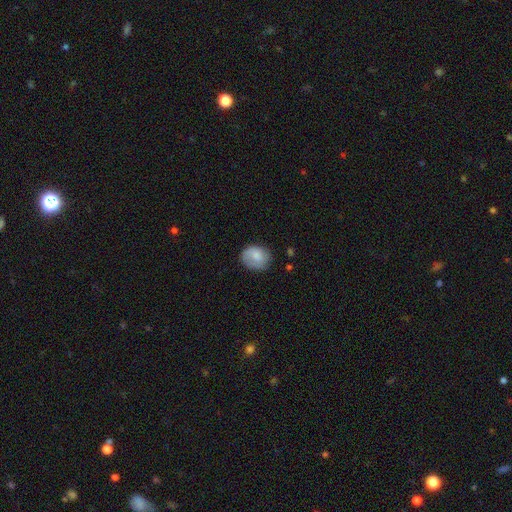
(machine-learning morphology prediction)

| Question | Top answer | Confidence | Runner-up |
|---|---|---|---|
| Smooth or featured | smooth | 73% | featured or disk (19%) |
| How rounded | round | 57% | in between (42%) |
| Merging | none | 65% | minor disturbance (25%) |